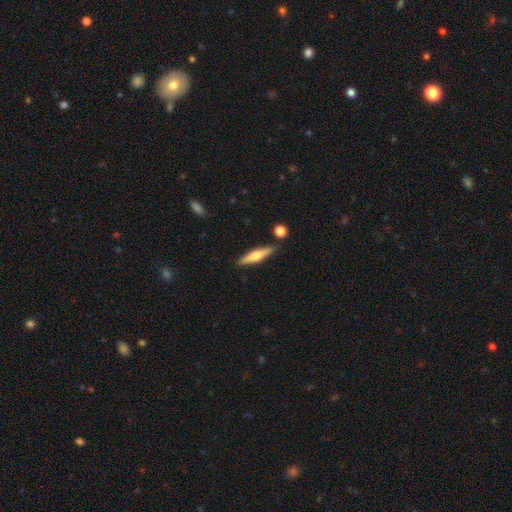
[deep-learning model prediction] A featured or disk galaxy (49%).

Vote fractions:
- Smooth or featured? featured or disk: 49% / smooth: 45% / star or artifact: 6%
- Merging? none: 85% / minor disturbance: 9% / merger: 4% / major disturbance: 2%